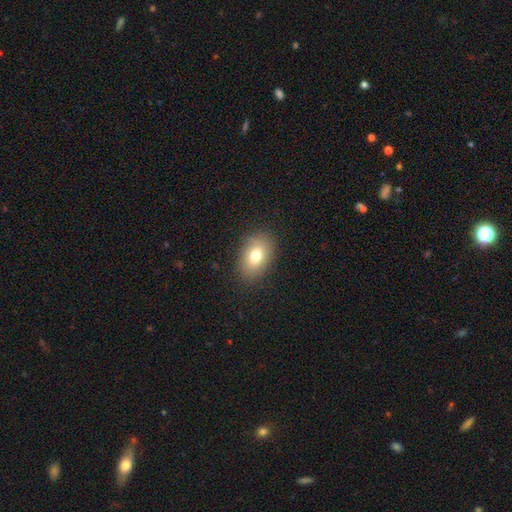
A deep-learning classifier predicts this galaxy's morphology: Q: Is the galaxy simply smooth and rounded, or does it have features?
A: smooth — 76%.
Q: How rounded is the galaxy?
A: in between — 80%.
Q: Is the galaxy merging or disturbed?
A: none — 86%.